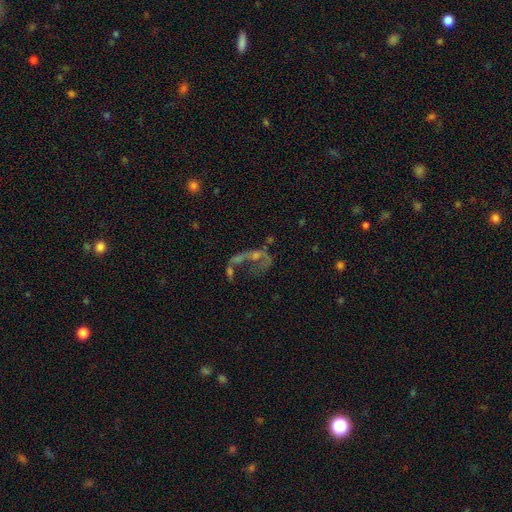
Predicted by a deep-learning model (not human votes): featured or disk 56%, star or artifact 25%, smooth 20%. Down the decision tree: edge-on disk — no (93%); bar — no (83%); spiral arms — no (74%); bulge size — none (45%); merging — major disturbance (37%).